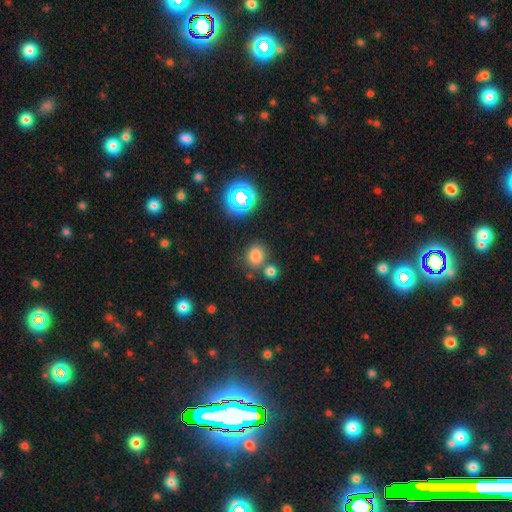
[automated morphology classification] Smooth or featured: smooth — 74% (star or artifact — 20%)
How rounded: round — 72% (in between — 27%)
Merging: none — 69% (merger — 17%)